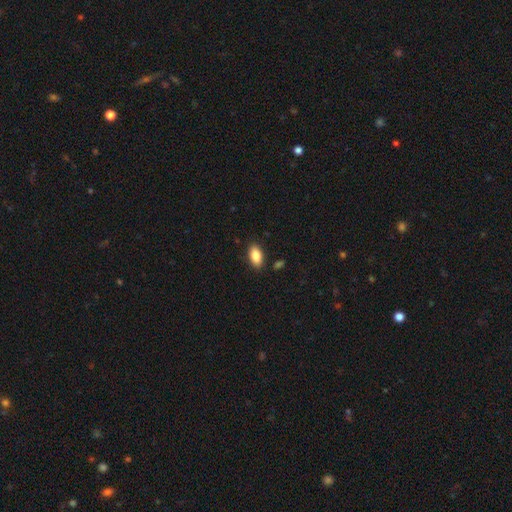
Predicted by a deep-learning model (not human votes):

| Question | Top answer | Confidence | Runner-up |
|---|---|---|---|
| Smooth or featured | smooth | 87% | star or artifact (7%) |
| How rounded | in between | 92% | cigar-shaped (4%) |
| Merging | none | 87% | minor disturbance (9%) |